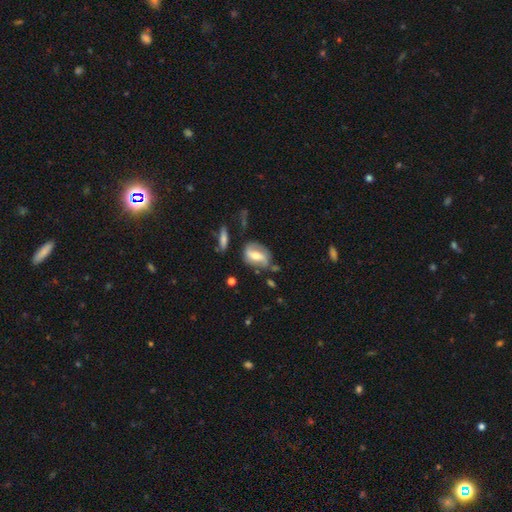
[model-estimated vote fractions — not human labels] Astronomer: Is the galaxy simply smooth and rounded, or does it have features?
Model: featured or disk — 61%.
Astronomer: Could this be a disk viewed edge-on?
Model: no — 92%.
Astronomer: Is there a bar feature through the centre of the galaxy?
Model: strong — 42% (runner-up: weak, 37%).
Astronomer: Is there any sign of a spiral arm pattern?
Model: yes — 77%.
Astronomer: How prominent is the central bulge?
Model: moderate — 63%.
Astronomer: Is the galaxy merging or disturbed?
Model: none — 60%.